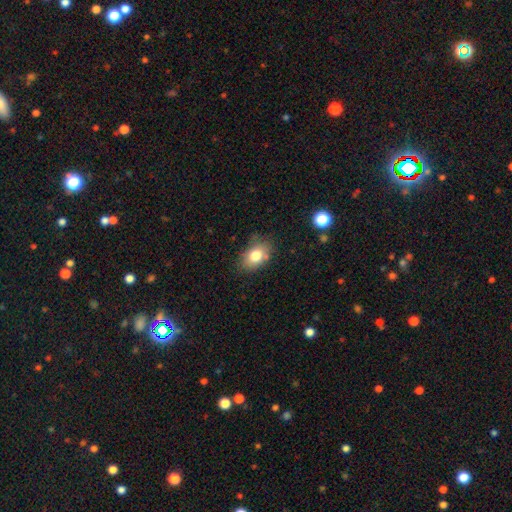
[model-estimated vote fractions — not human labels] Overall: smooth (78%). How rounded: in between (83%). Merging: none (74%).